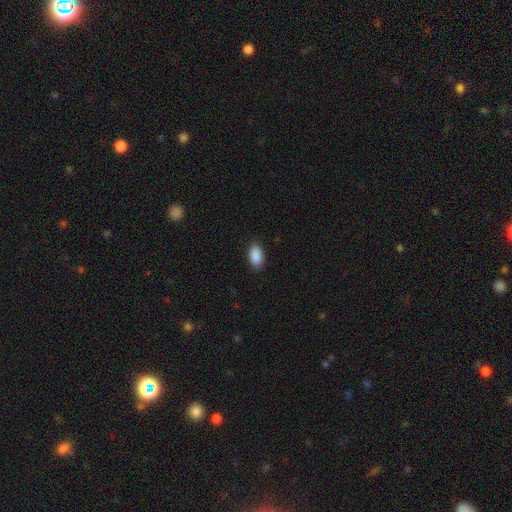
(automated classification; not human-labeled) smooth_or_featured: smooth (p=0.90) [alt: star or artifact p=0.07]
how_rounded: in between (p=0.94) [alt: round p=0.04]
merging: none (p=0.88) [alt: minor disturbance p=0.09]